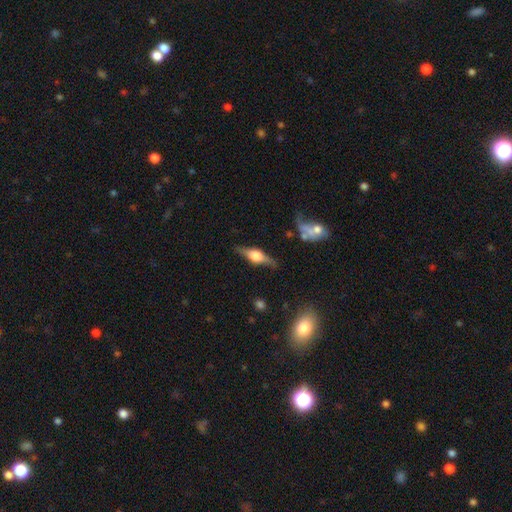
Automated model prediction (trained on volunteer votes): Overall: featured or disk (71%). Edge-on disk: yes (94%). Edge-on bulge: rounded (90%). Merging: none (79%).